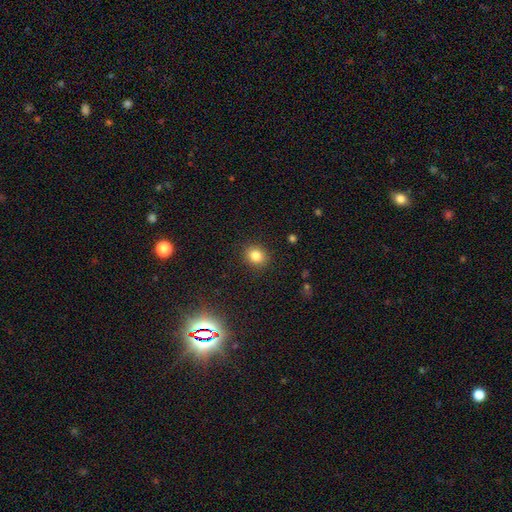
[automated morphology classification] smooth-or-featured: smooth: 82% | star or artifact: 12% | featured or disk: 6%
  how-rounded: round: 72% | in between: 27% | cigar-shaped: 1%
  merging: none: 90% | minor disturbance: 7% | major disturbance: 2% | merger: 1%